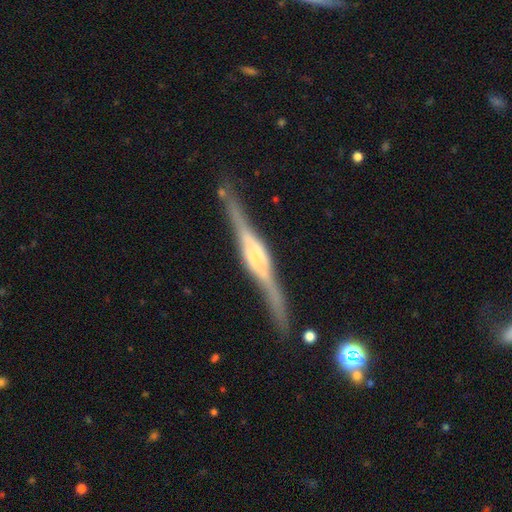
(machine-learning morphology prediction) type=featured or disk (86%); edge-on=yes (98%); edge-on bulge=rounded (56%); merging=none (85%).